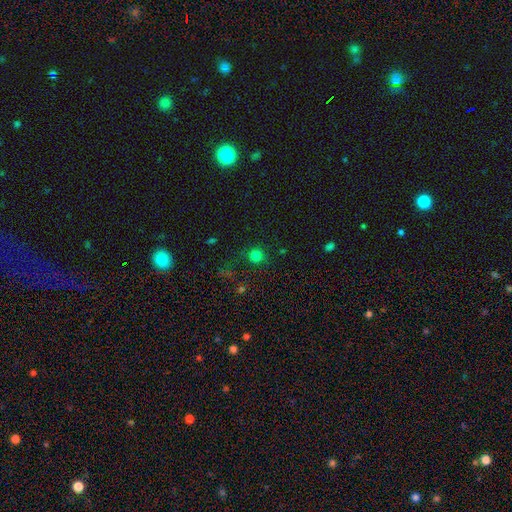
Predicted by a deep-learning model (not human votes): Smooth or featured? smooth (79%)
How rounded? round (94%)
Merging? none (85%)